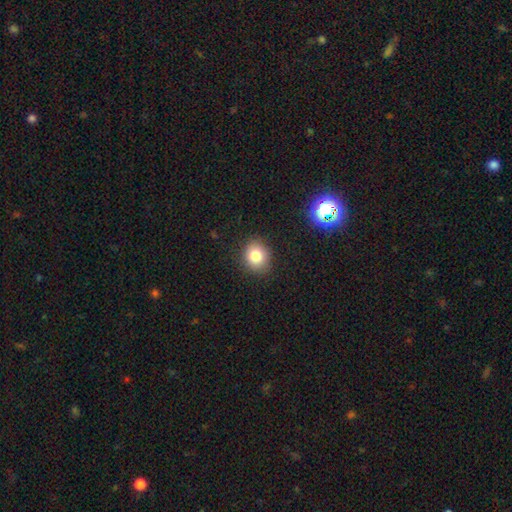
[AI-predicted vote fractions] This appears to be a smooth galaxy with no disk features (79%) that is round (75%). Merging: none (88%).